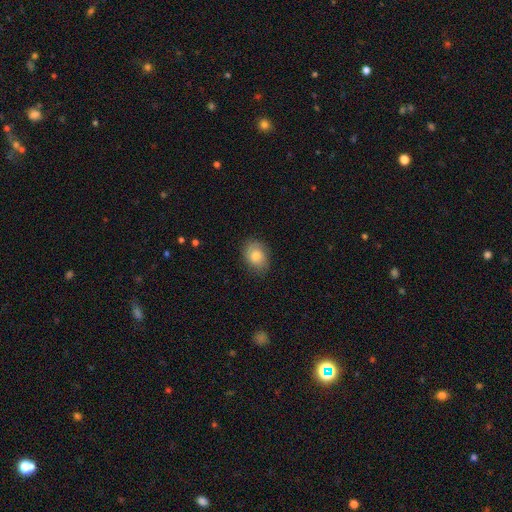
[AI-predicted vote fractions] A smooth galaxy with no disk features (74%) that is in between round and cigar-shaped (66%).

Vote fractions:
- Smooth or featured? smooth: 74% / featured or disk: 19% / star or artifact: 8%
- How rounded? in between: 66% / round: 33% / cigar-shaped: 1%
- Merging? none: 76% / minor disturbance: 19% / major disturbance: 4% / merger: 1%